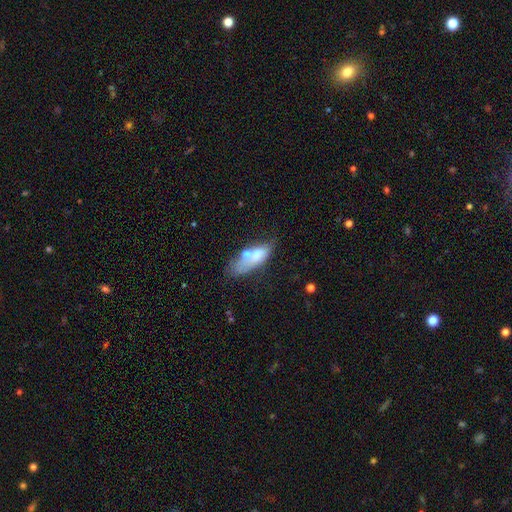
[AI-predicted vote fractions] This is likely a smooth galaxy (60%). How rounded: likely in between (72%). Merging: marginally merger (33%).